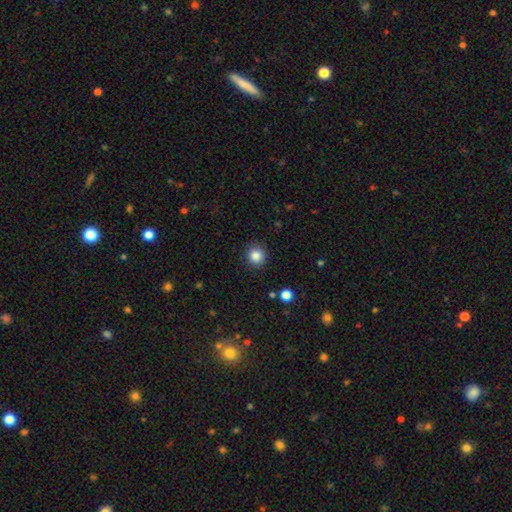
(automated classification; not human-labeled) Smooth or featured: smooth — 85% (star or artifact — 11%)
How rounded: round — 89% (in between — 10%)
Merging: none — 90% (minor disturbance — 7%)